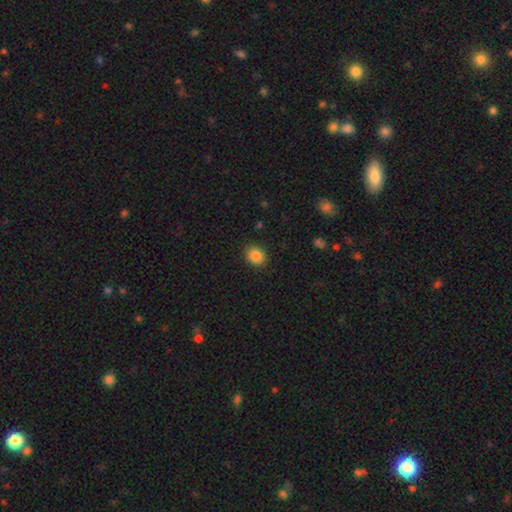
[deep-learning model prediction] Morphology: type=smooth (86%); roundness=round (58%); merging=none (90%).